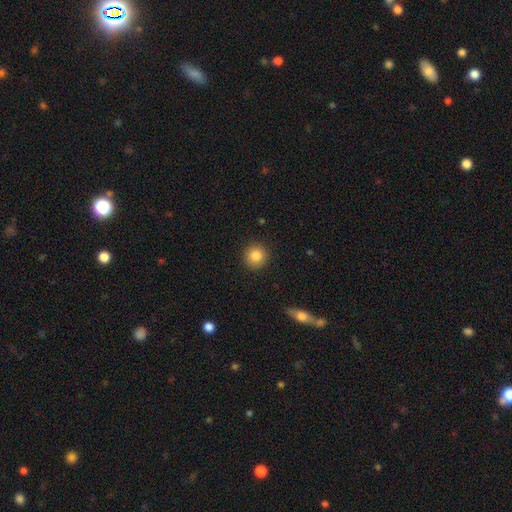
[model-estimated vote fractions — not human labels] smooth-or-featured: smooth: 85% | star or artifact: 10% | featured or disk: 5%
  how-rounded: round: 93% | in between: 6% | cigar-shaped: 1%
  merging: none: 91% | minor disturbance: 6% | major disturbance: 2% | merger: 1%